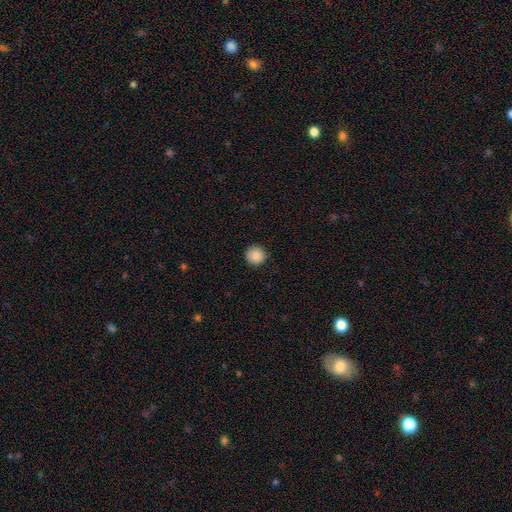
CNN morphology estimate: This appears to be a smooth galaxy with no disk features (88%) that is round (94%). Merging: none (90%).